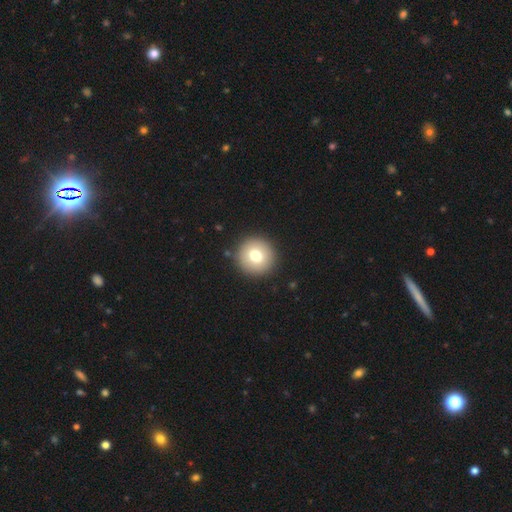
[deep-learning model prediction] Smooth or featured?
  - smooth: 73% *
  - featured or disk: 16%
  - star or artifact: 10%
How rounded?
  - round: 95% *
  - in between: 4%
  - cigar-shaped: 1%
Merging?
  - none: 92% *
  - minor disturbance: 5%
  - major disturbance: 2%
  - merger: 1%